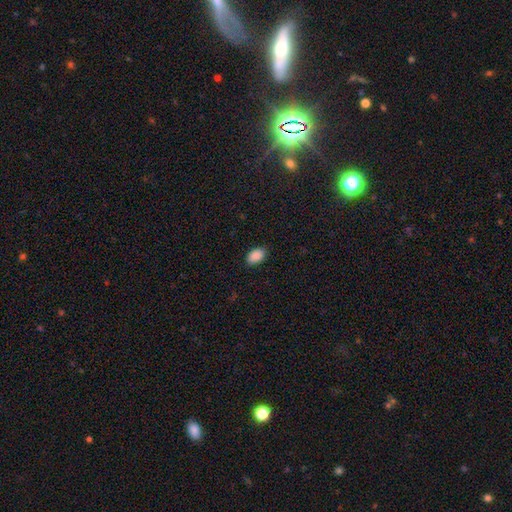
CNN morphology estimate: Smooth or featured: smooth — 90% (star or artifact — 8%)
How rounded: in between — 91% (round — 8%)
Merging: none — 87% (minor disturbance — 10%)